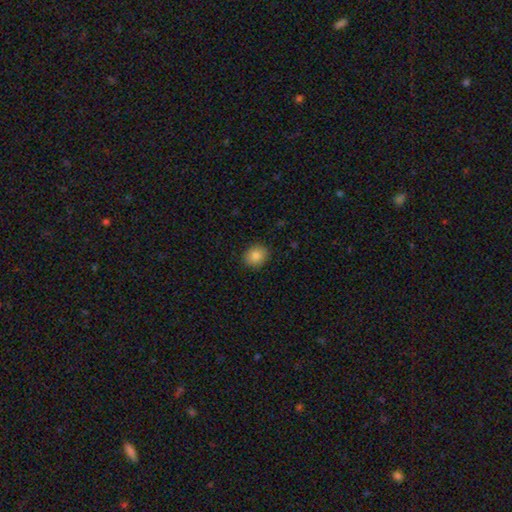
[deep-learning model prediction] smooth 84%, star or artifact 9%, featured or disk 7%. Down the decision tree: how rounded — round (69%); merging — none (89%).